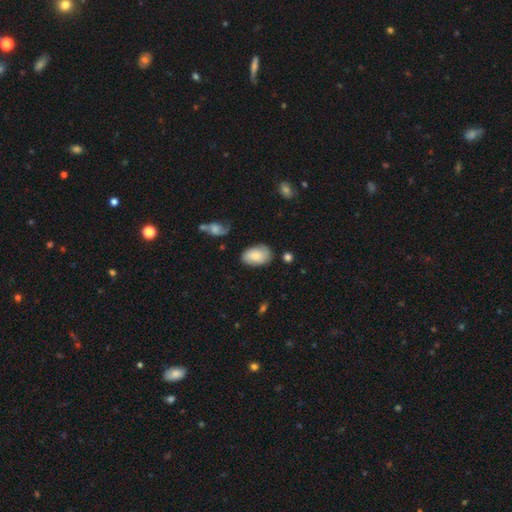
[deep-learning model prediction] smooth-or-featured: smooth: 73% | featured or disk: 21% | star or artifact: 7%
  how-rounded: in between: 90% | round: 9% | cigar-shaped: 1%
  merging: none: 70% | minor disturbance: 22% | major disturbance: 5% | merger: 3%